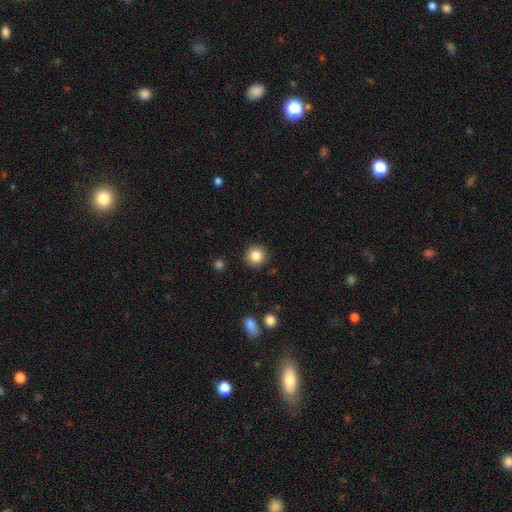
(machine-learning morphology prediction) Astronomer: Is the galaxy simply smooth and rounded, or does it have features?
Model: smooth — 85%.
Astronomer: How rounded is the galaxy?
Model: round — 94%.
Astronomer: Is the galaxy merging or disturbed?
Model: none — 91%.